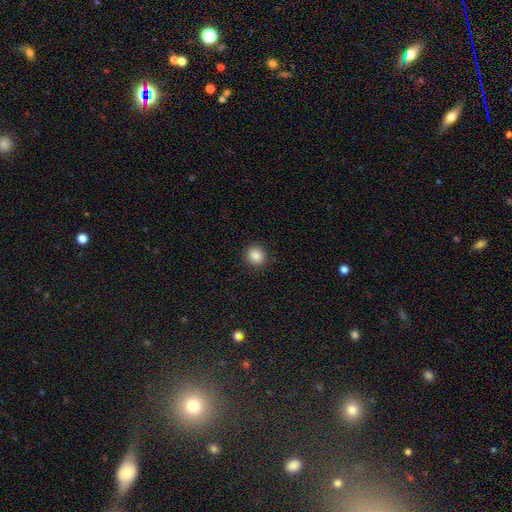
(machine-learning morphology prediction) This is clearly a smooth galaxy (87%). How rounded: clearly round (84%). Merging: clearly none (91%).